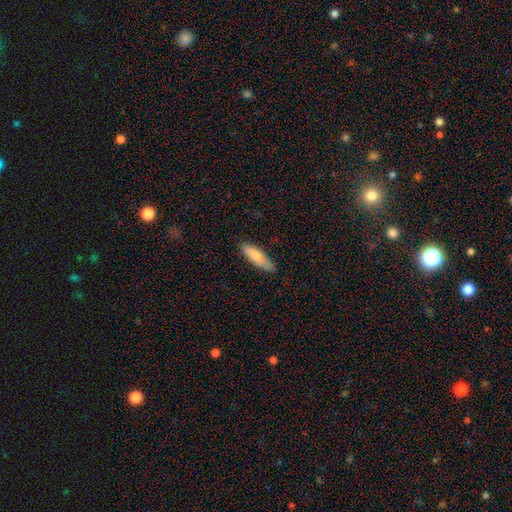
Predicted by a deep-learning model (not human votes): smooth-or-featured: smooth: 77% | featured or disk: 18% | star or artifact: 5%
  how-rounded: cigar-shaped: 54% | in between: 44% | round: 2%
  merging: none: 84% | minor disturbance: 13% | major disturbance: 2% | merger: 1%